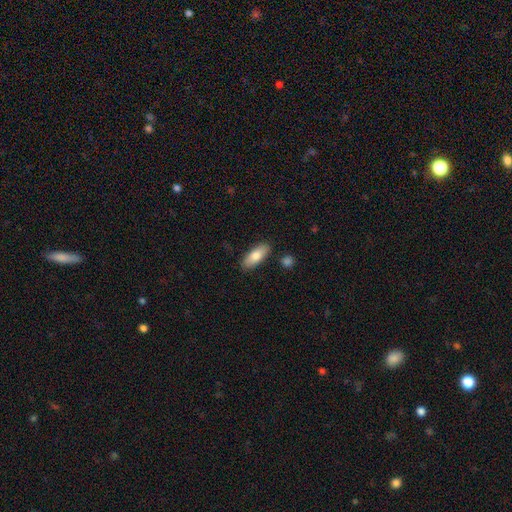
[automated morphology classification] A smooth galaxy with no disk features (78%) that is in between round and cigar-shaped (76%).

Vote fractions:
- Smooth or featured? smooth: 78% / featured or disk: 16% / star or artifact: 6%
- How rounded? in between: 76% / cigar-shaped: 21% / round: 2%
- Merging? none: 85% / minor disturbance: 10% / merger: 3% / major disturbance: 2%